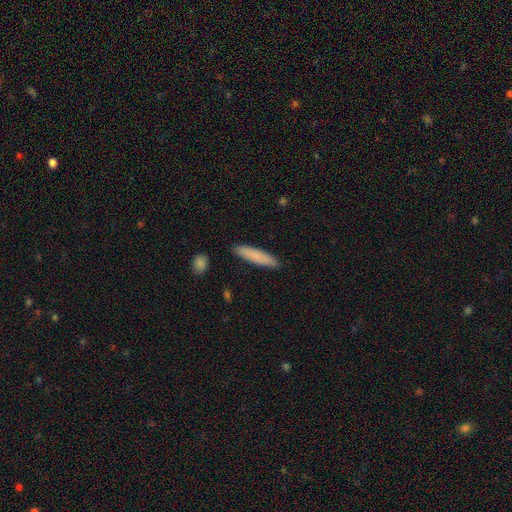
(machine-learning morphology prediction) A smooth galaxy with no disk features (83%) that is cigar-shaped (84%). Merging: none (88%).